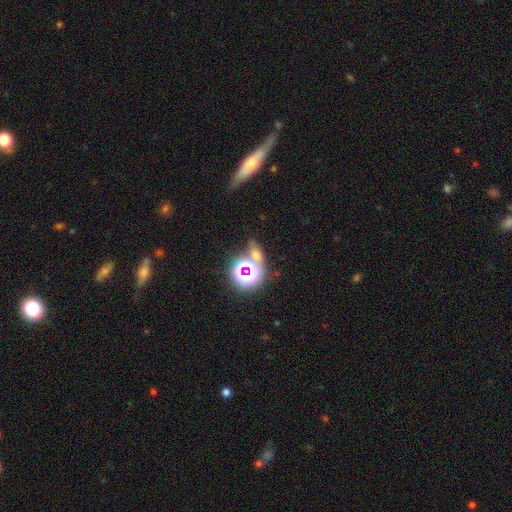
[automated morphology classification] This appears to be a star or artifact, not a galaxy (48%).